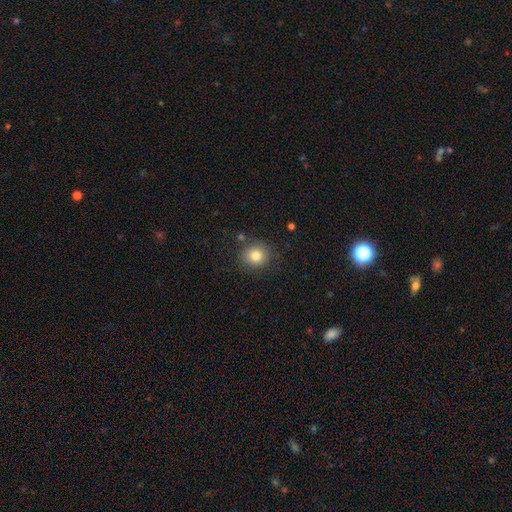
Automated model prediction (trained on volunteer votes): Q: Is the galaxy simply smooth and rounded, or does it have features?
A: smooth — 81%.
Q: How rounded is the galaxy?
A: round — 87%.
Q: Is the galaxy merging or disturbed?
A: none — 82%.